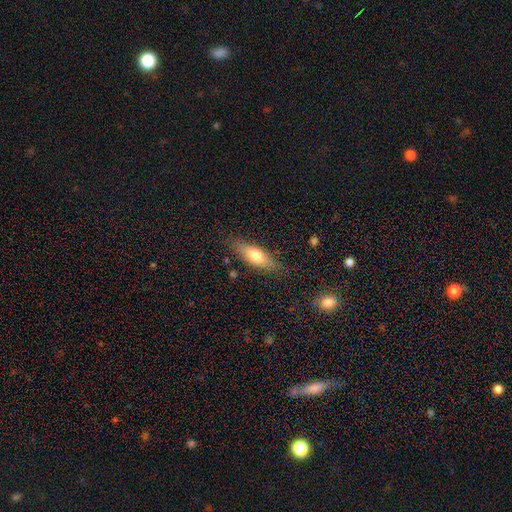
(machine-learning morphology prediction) smooth_or_featured: smooth (p=0.66) [alt: featured or disk p=0.28]
how_rounded: in between (p=0.53) [alt: cigar-shaped p=0.44]
merging: none (p=0.82) [alt: minor disturbance p=0.13]